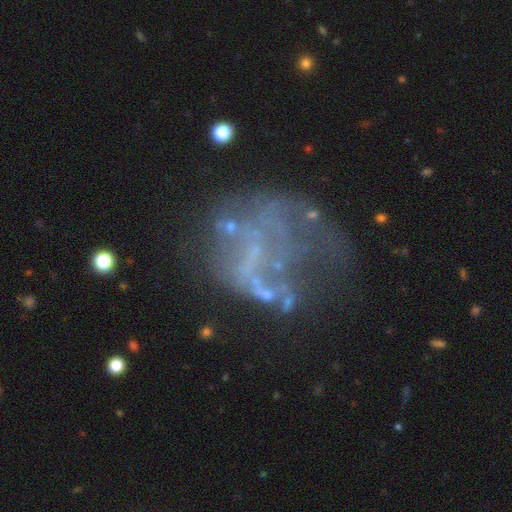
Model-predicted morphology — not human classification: This is likely a featured or disk galaxy (62%). It is clearly not viewed edge-on (98%). Bar: clearly no (82%). Spiral arm pattern: clearly no (83%). Central bulge: likely none (78%). Merging: marginally none (38%).